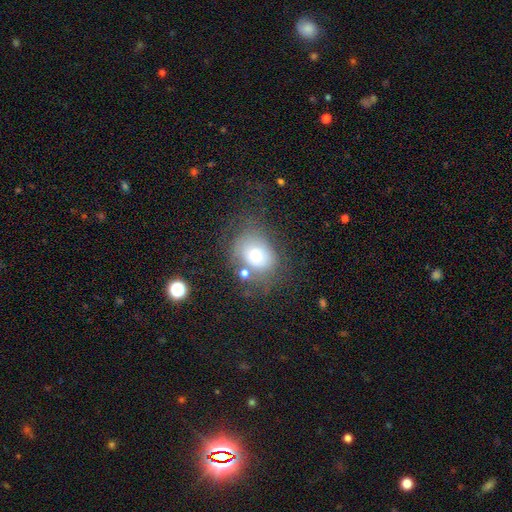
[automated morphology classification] smooth_or_featured: smooth (p=0.61) [alt: featured or disk p=0.27]
how_rounded: round (p=0.56) [alt: in between p=0.43]
merging: none (p=0.57) [alt: minor disturbance p=0.20]